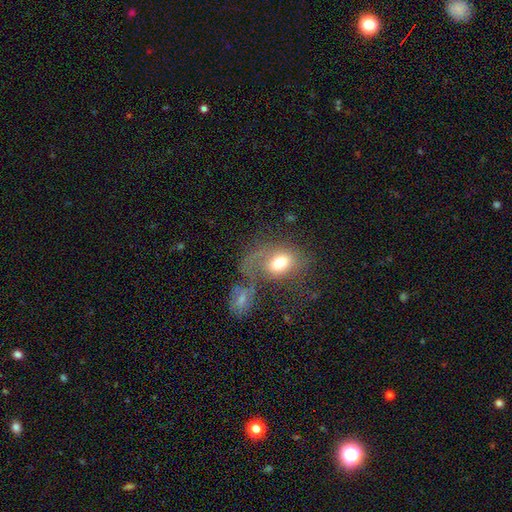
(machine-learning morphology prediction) smooth_or_featured: smooth (p=0.53) [alt: featured or disk p=0.35]
how_rounded: in between (p=0.67) [alt: round p=0.31]
merging: merger (p=0.42) [alt: none p=0.28]